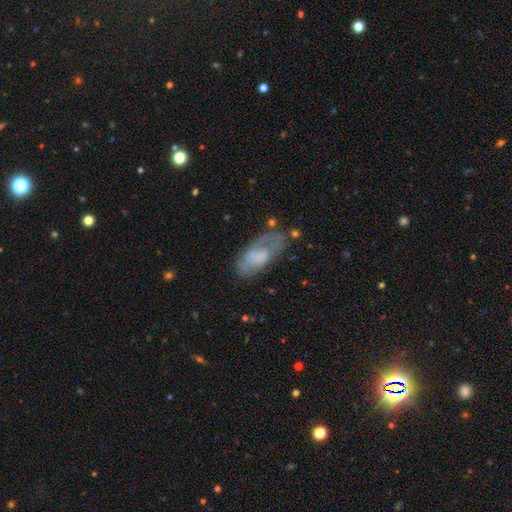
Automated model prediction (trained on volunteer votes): Smooth or featured? Predicted: smooth (p=0.46). Merging? Predicted: none (p=0.58).